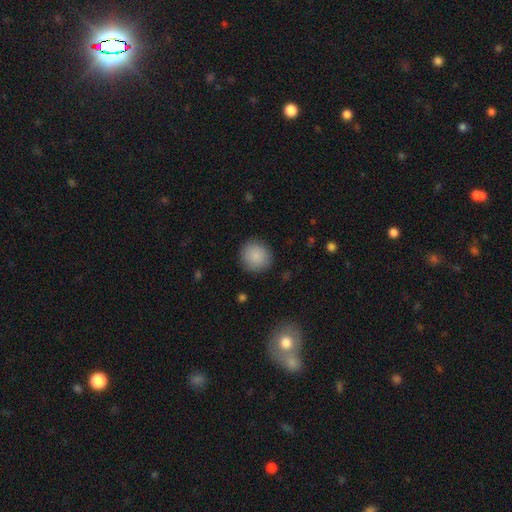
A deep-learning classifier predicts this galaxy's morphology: Smooth or featured?
  - smooth: 87% *
  - star or artifact: 7%
  - featured or disk: 5%
How rounded?
  - round: 91% *
  - in between: 8%
  - cigar-shaped: 1%
Merging?
  - none: 88% *
  - minor disturbance: 8%
  - major disturbance: 2%
  - merger: 1%